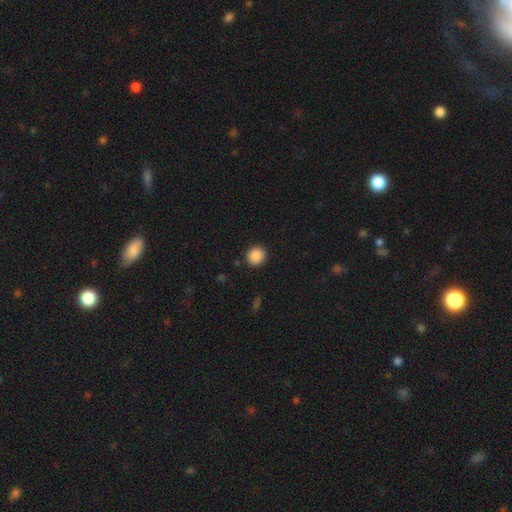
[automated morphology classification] This is clearly a smooth galaxy (89%). How rounded: clearly round (86%). Merging: clearly none (90%).